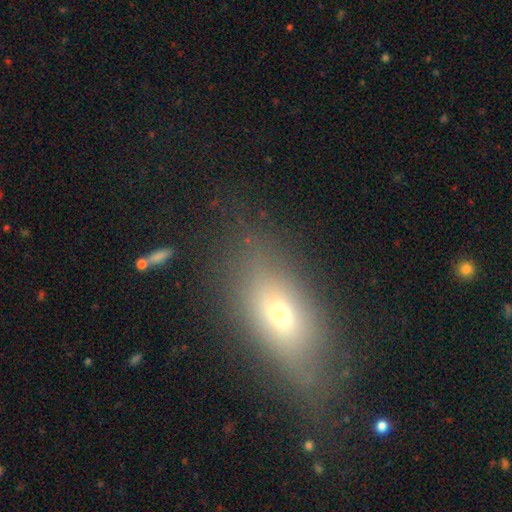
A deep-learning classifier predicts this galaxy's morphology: A smooth galaxy with no disk features (59%) that is in between round and cigar-shaped (69%). Merging: none (73%).